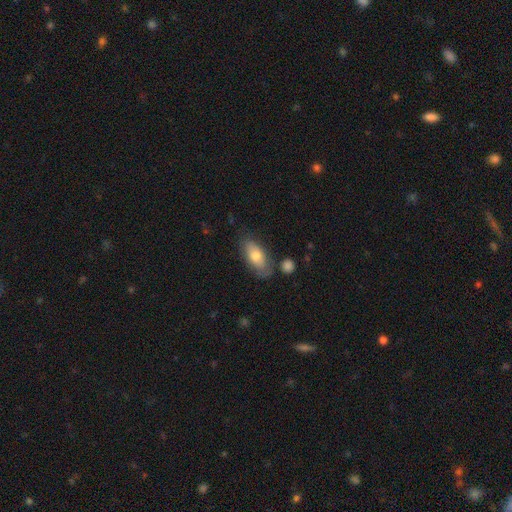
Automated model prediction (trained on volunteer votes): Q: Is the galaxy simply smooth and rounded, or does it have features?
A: smooth — 71%.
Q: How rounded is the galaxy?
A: in between — 88%.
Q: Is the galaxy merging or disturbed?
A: none — 69%.